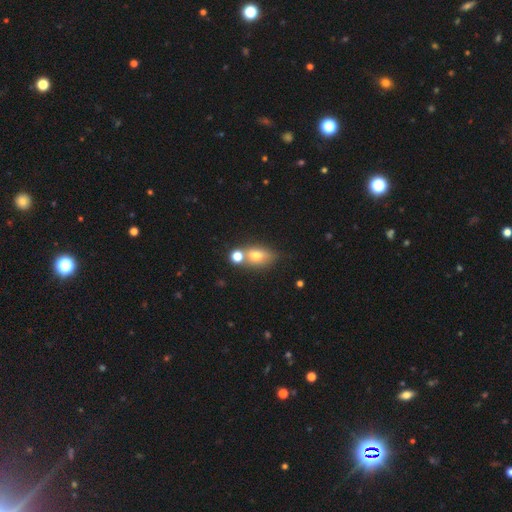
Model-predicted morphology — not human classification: The model was most divided on "merging": none: 49%, merger: 32%, minor disturbance: 14%, major disturbance: 6%. More confident: how rounded — in between (72%); smooth or featured — smooth (70%).